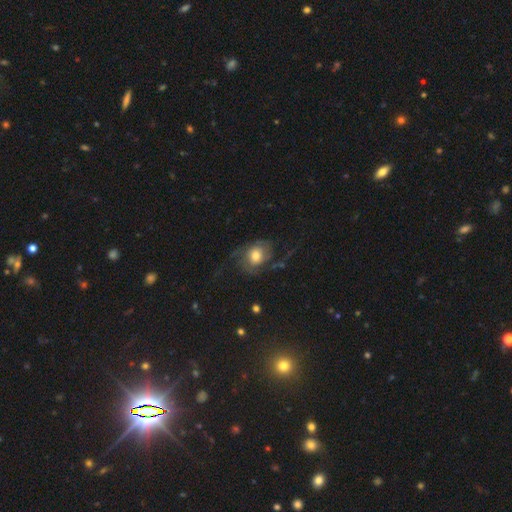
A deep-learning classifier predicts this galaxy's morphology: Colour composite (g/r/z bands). It shows a featured or disk galaxy (55%) with no bar (79%), spiral arms (77%) and a moderate central bulge (60%). Merging: none (45%).